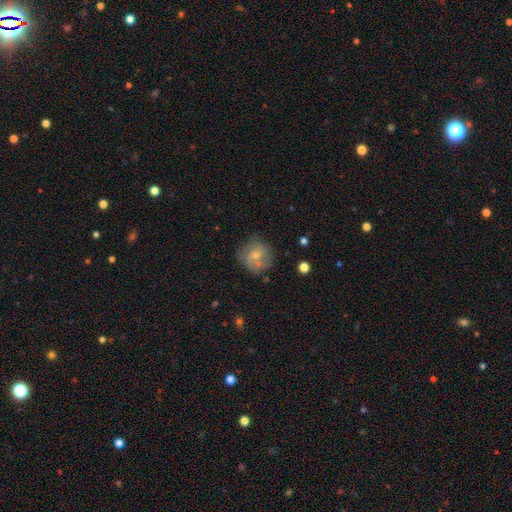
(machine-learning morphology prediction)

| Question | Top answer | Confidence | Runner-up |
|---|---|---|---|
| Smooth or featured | smooth | 53% | featured or disk (38%) |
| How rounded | round | 89% | in between (10%) |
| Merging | none | 68% | minor disturbance (20%) |